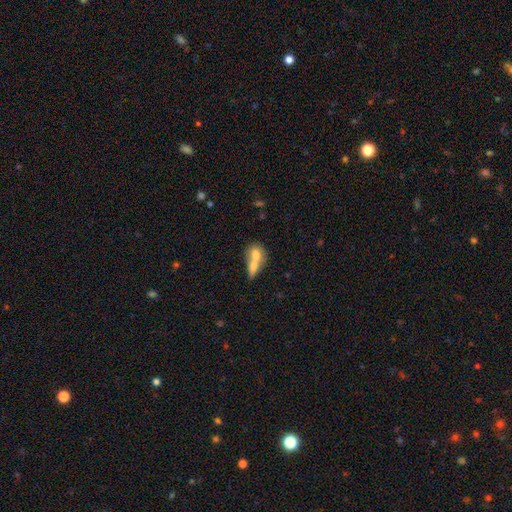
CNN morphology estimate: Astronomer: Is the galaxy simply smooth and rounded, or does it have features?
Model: smooth — 71%.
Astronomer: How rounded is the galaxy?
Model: in between — 57% (runner-up: round, 38%).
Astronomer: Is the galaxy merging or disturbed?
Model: merger — 74%.